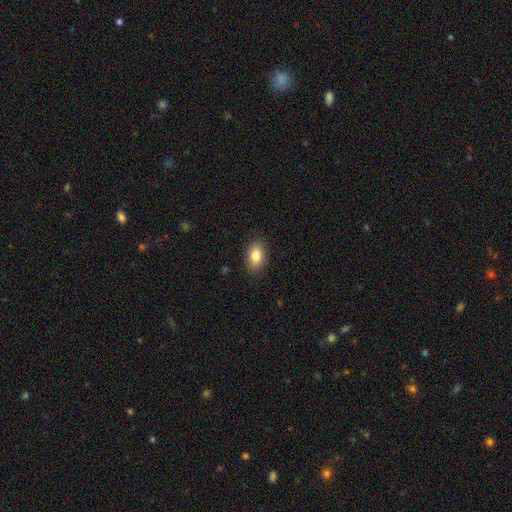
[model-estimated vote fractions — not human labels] A smooth galaxy with no disk features (84%) that is in between round and cigar-shaped (84%). Merging: none (87%).